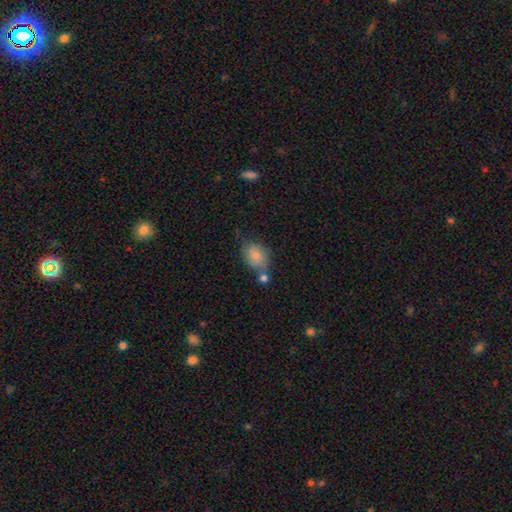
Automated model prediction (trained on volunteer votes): A smooth galaxy with no disk features (78%) that is in between round and cigar-shaped (62%). Merging: none (47%).